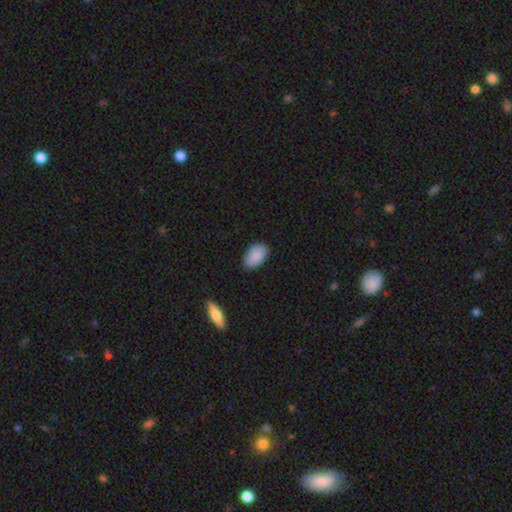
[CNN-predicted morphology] smooth-or-featured: smooth: 89% | star or artifact: 6% | featured or disk: 5%
  how-rounded: in between: 93% | round: 5% | cigar-shaped: 1%
  merging: none: 84% | minor disturbance: 13% | major disturbance: 2% | merger: 1%